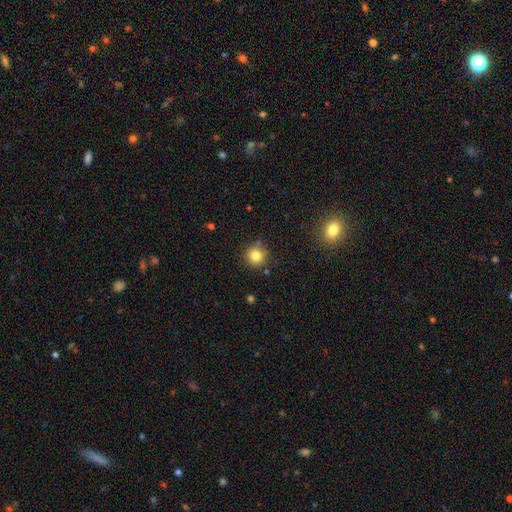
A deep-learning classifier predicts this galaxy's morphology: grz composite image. It shows a smooth galaxy with no disk features (81%) that is round (94%). Merging: none (82%).